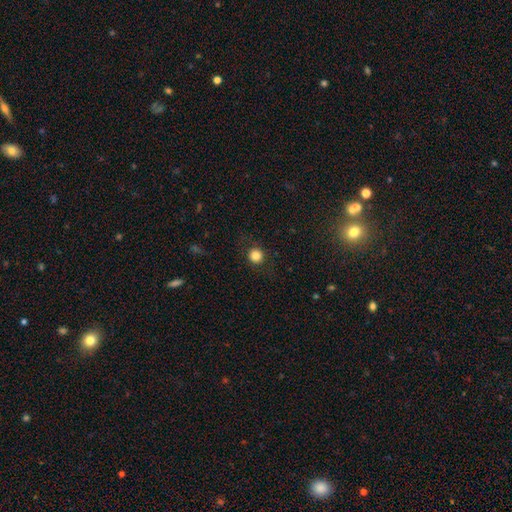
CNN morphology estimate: smooth-or-featured: smooth: 83% | star or artifact: 11% | featured or disk: 6%
  how-rounded: round: 93% | in between: 6% | cigar-shaped: 1%
  merging: none: 88% | minor disturbance: 7% | major disturbance: 3% | merger: 1%